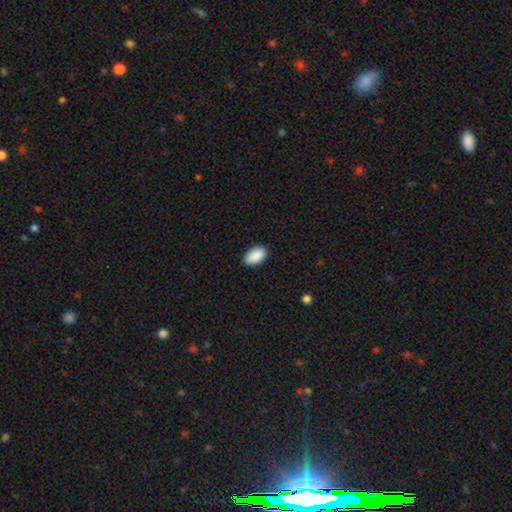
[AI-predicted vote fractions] Smooth or featured? Predicted: smooth (p=0.91). How rounded? Predicted: in between (p=0.95). Merging? Predicted: none (p=0.88).